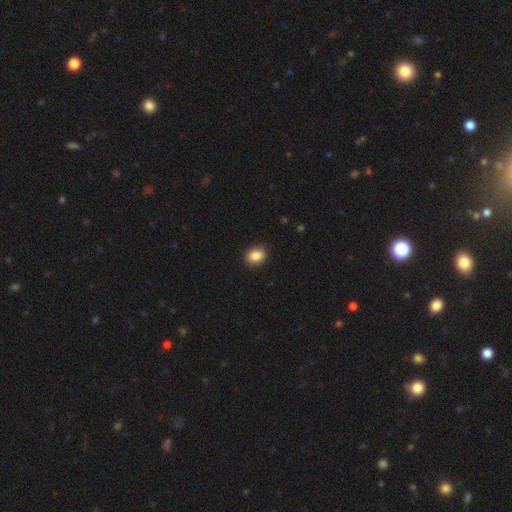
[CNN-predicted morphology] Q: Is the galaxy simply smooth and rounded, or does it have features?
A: smooth — 87%.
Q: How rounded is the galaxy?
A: in between — 57%.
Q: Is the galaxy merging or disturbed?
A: none — 89%.